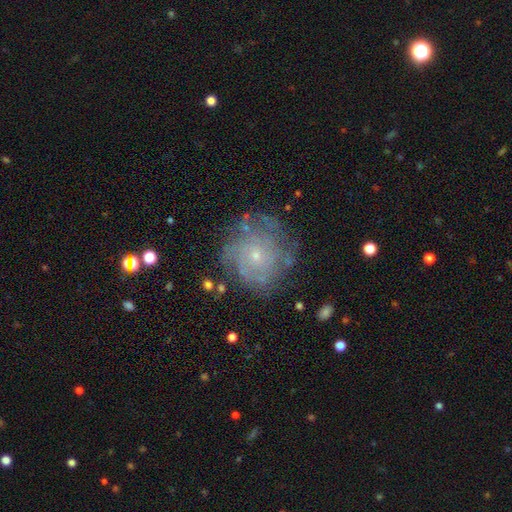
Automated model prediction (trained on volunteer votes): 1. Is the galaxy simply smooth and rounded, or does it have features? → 71% featured or disk, 19% smooth, 10% star or artifact.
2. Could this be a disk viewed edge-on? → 97% no, 3% yes.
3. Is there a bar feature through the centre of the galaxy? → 85% no, 13% weak, 2% strong.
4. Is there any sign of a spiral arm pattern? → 84% yes, 16% no.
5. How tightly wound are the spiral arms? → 67% tight, 24% medium, 9% loose.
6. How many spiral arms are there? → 49% can't tell, 14% 4, 12% 3, 10% 2, 10% more than 4, 6% 1.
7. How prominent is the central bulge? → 80% small, 16% moderate, 2% none, 1% large, 1% dominant.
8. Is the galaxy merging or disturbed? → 72% none, 17% minor disturbance, 9% major disturbance, 2% merger.